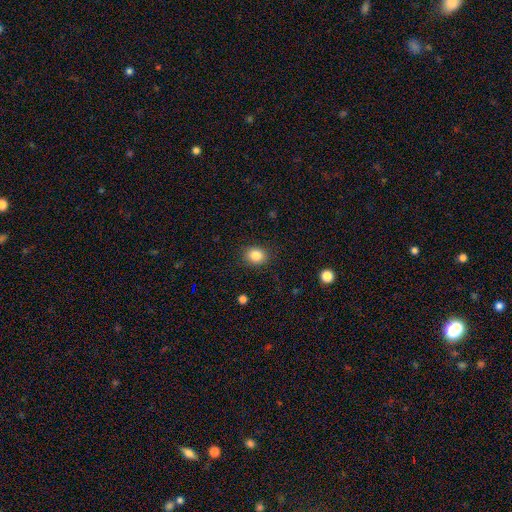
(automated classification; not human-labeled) Smooth or featured?
  - smooth: 84% *
  - star or artifact: 10%
  - featured or disk: 6%
How rounded?
  - round: 58% *
  - in between: 41%
  - cigar-shaped: 1%
Merging?
  - none: 88% *
  - minor disturbance: 9%
  - major disturbance: 2%
  - merger: 1%